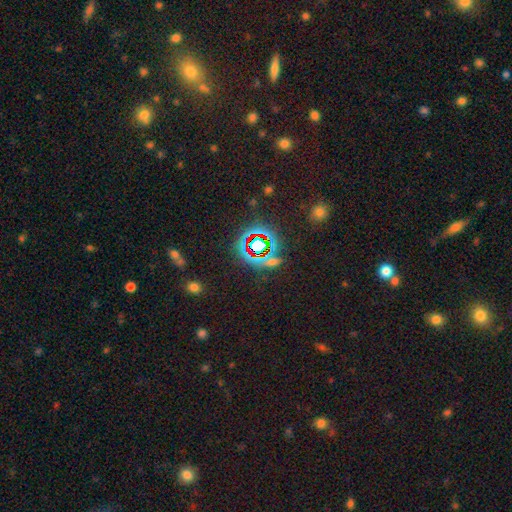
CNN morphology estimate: smooth_or_featured: star or artifact (p=0.71) [alt: smooth p=0.18]